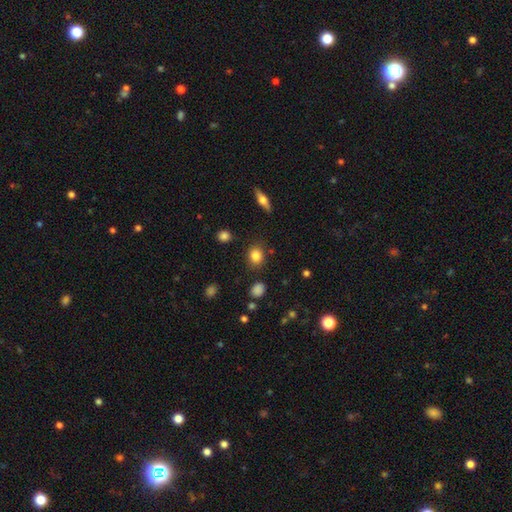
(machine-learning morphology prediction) smooth-or-featured: smooth: 84% | star or artifact: 9% | featured or disk: 7%
  how-rounded: round: 61% | in between: 37% | cigar-shaped: 2%
  merging: none: 84% | minor disturbance: 10% | major disturbance: 3% | merger: 3%